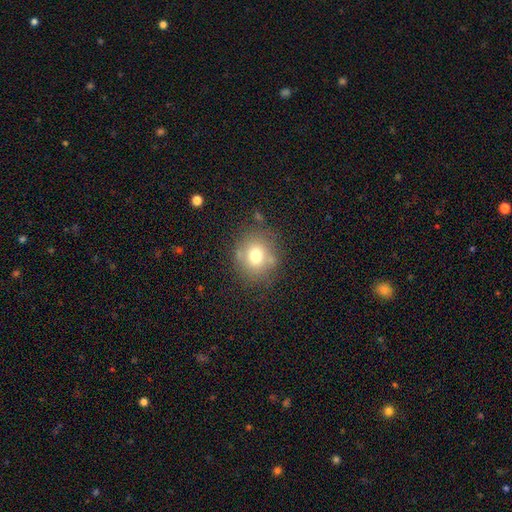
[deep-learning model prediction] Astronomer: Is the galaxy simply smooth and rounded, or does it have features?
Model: smooth — 70%.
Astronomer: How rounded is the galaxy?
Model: round — 84%.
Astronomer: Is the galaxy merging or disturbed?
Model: none — 74%.